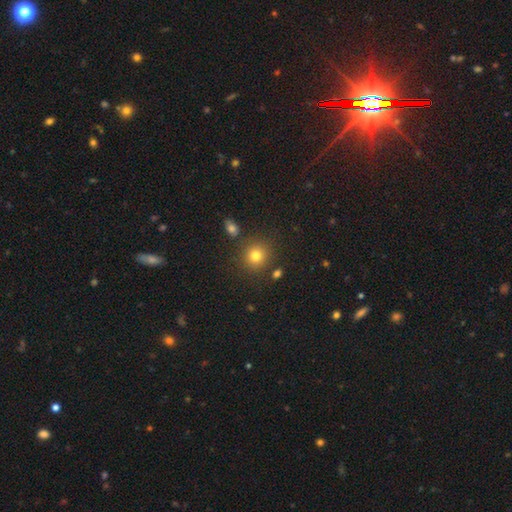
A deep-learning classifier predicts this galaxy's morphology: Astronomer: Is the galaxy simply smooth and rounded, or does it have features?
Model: smooth — 80%.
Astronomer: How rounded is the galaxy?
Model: round — 88%.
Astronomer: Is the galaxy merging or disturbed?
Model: none — 83%.